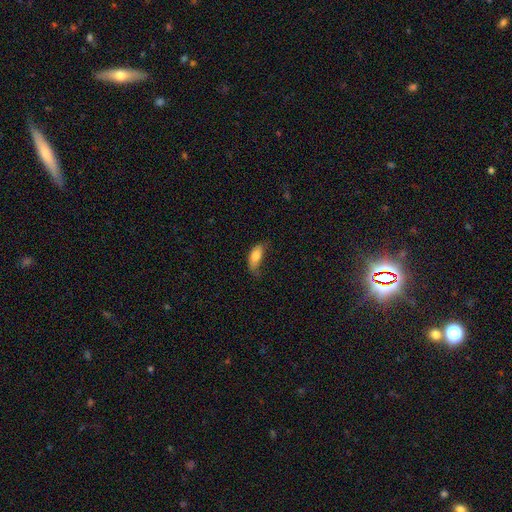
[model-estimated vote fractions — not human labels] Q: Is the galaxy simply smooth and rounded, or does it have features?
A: smooth — 80%.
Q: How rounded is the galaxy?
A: in between — 83%.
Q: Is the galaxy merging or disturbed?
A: minor disturbance — 39%, tied with none.